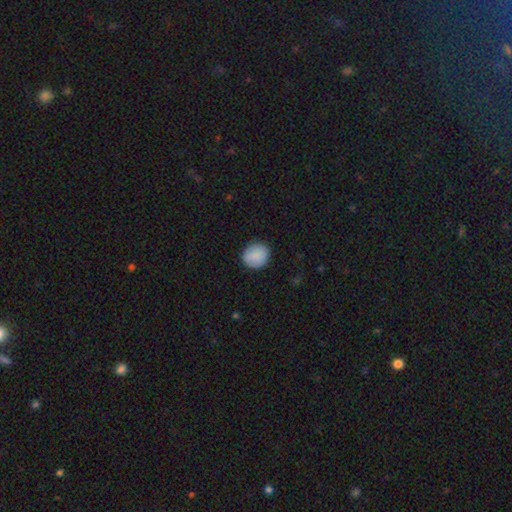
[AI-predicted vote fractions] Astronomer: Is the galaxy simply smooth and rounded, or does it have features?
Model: smooth — 86%.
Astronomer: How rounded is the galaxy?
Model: round — 86%.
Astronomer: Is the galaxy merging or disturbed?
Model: none — 88%.